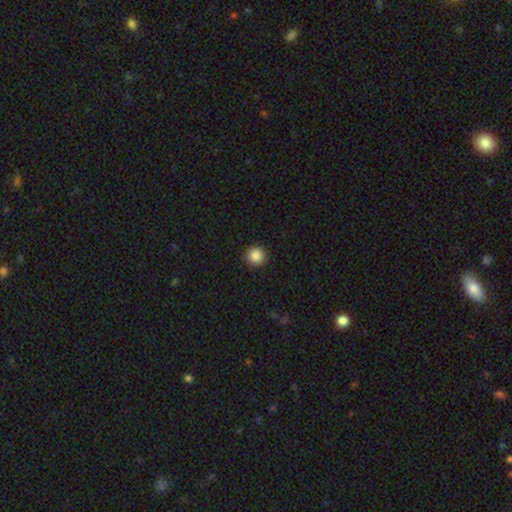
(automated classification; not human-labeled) Q: Smooth or featured?
A: smooth (87%); runner-up: star or artifact (9%)
Q: How rounded?
A: round (94%); runner-up: in between (5%)
Q: Merging?
A: none (92%); runner-up: minor disturbance (5%)